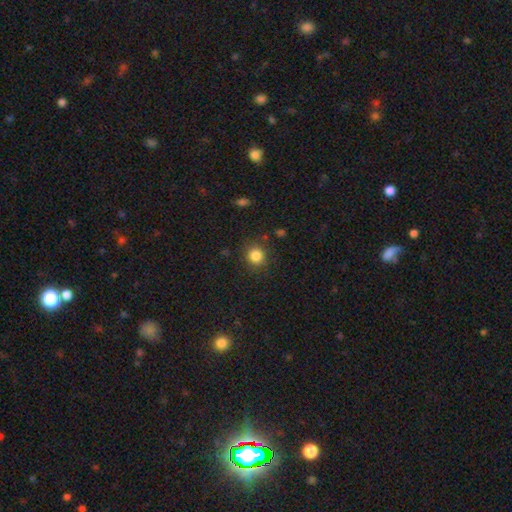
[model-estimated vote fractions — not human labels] A smooth galaxy with no disk features (83%) that is round (88%).

Vote fractions:
- Smooth or featured? smooth: 83% / star or artifact: 12% / featured or disk: 5%
- How rounded? round: 88% / in between: 11% / cigar-shaped: 1%
- Merging? none: 85% / minor disturbance: 10% / major disturbance: 3% / merger: 2%